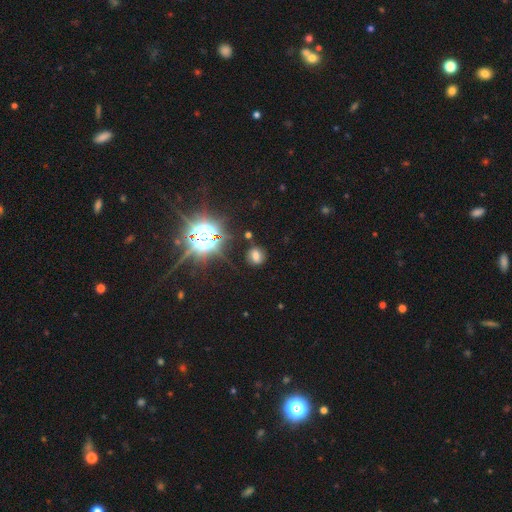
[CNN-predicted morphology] This appears to be a smooth galaxy with no disk features (59%) that is round (61%). Merging: none (80%).